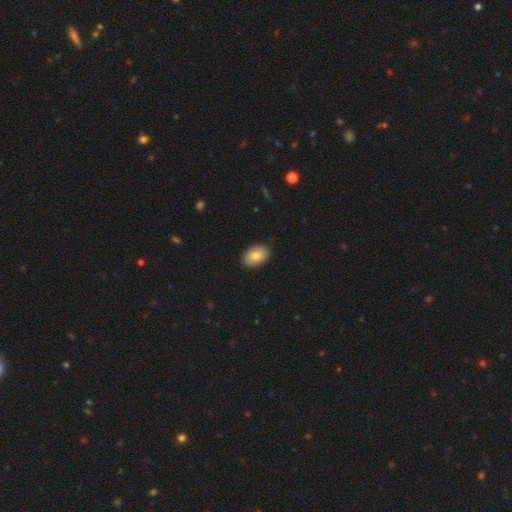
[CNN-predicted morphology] smooth 83%, featured or disk 10%, star or artifact 7%. Down the decision tree: how rounded — in between (90%); merging — none (89%).